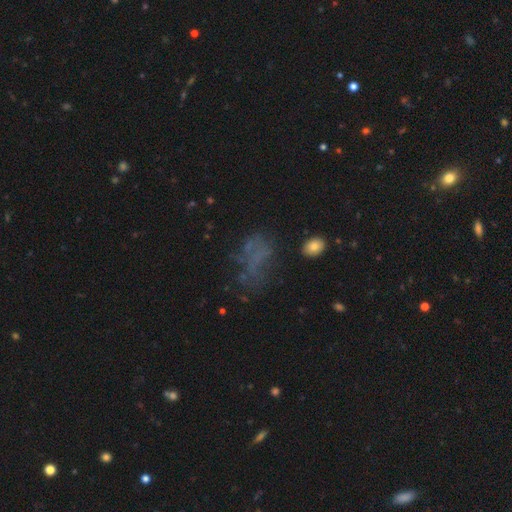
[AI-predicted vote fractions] A featured or disk galaxy (36%). Merging: none (43%).